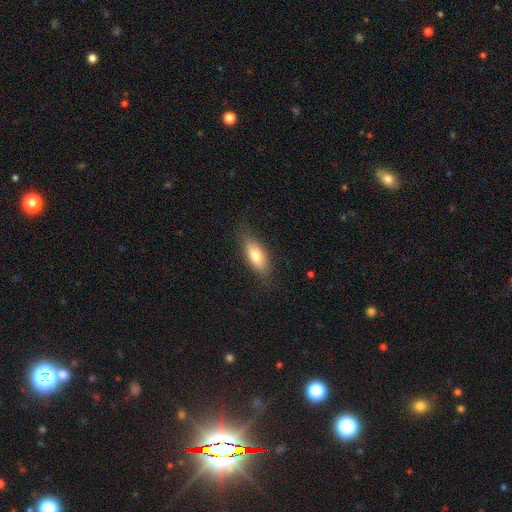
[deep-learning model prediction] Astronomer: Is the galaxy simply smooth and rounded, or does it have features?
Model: smooth — 73%.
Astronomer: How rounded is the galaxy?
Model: in between — 70%.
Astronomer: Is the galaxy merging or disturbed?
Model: none — 81%.